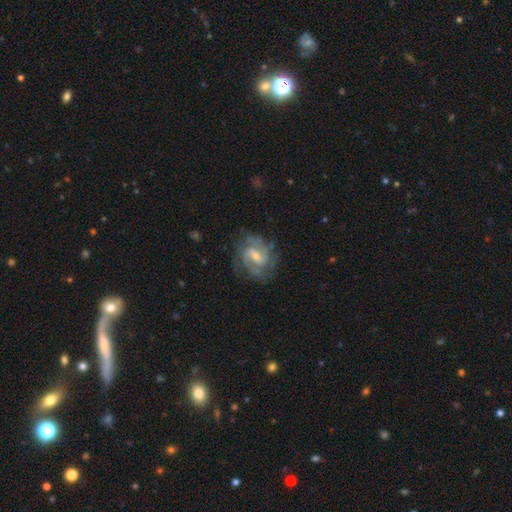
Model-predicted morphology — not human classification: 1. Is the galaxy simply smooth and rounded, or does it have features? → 83% featured or disk, 10% smooth, 7% star or artifact.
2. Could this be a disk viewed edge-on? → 97% no, 3% yes.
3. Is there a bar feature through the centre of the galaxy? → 55% weak, 23% strong, 21% no.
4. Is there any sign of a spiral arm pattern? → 94% yes, 6% no.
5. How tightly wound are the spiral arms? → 44% medium (tied), 44% tight (tied), 12% loose.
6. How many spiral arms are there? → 43% 2, 22% 3, 22% can't tell, 6% 4, 4% 1, 3% more than 4.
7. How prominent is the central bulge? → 48% small, 42% moderate, 6% none, 3% large, 1% dominant.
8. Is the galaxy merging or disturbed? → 72% none, 17% minor disturbance, 9% major disturbance, 1% merger.